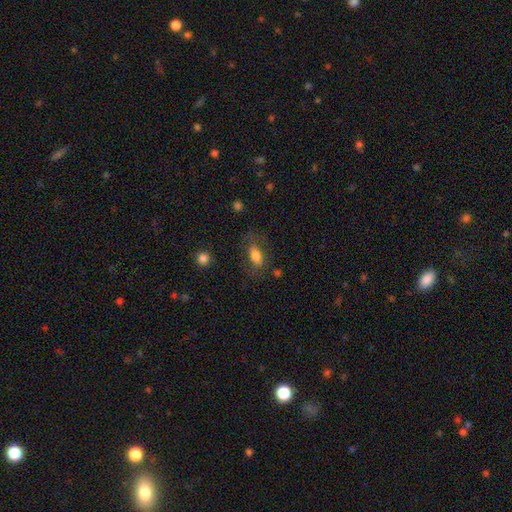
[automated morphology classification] The model was most divided on "merging": none: 68%, minor disturbance: 19%, major disturbance: 11%, merger: 2%. More confident: how rounded — in between (86%); smooth or featured — smooth (76%).